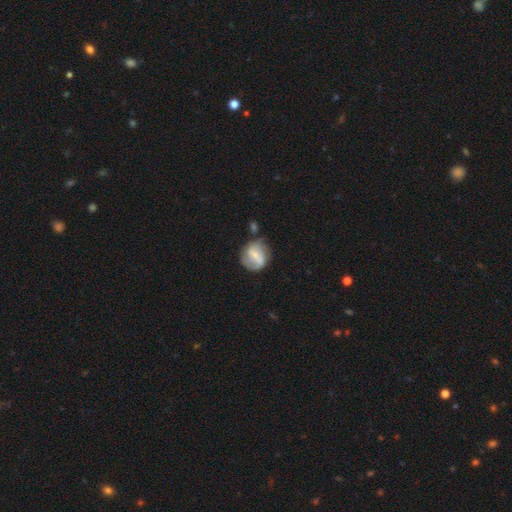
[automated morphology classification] This appears to be a featured or disk galaxy (59%) with a weak bar (47%), spiral arms (82%) and a small central bulge (53%). Merging: none (58%).